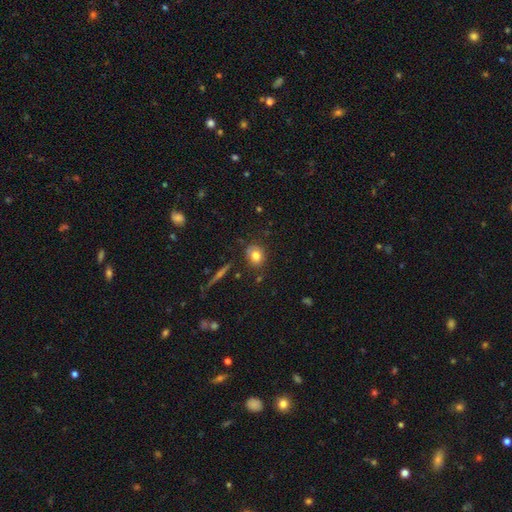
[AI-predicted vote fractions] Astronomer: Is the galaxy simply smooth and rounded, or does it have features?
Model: smooth — 76%.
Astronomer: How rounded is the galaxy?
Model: round — 70%.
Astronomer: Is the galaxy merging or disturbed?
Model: none — 79%.